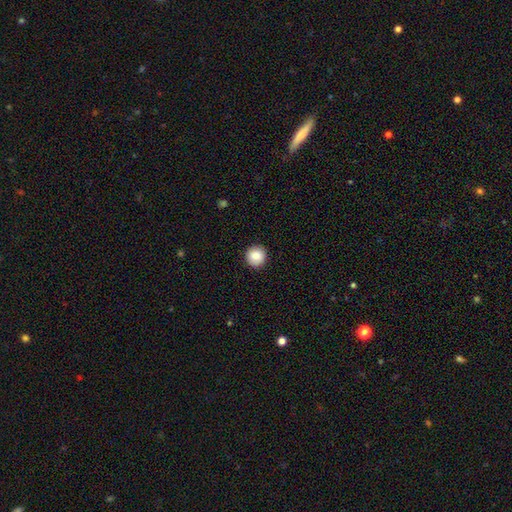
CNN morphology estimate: Overall: smooth (85%). How rounded: round (94%). Merging: none (92%).